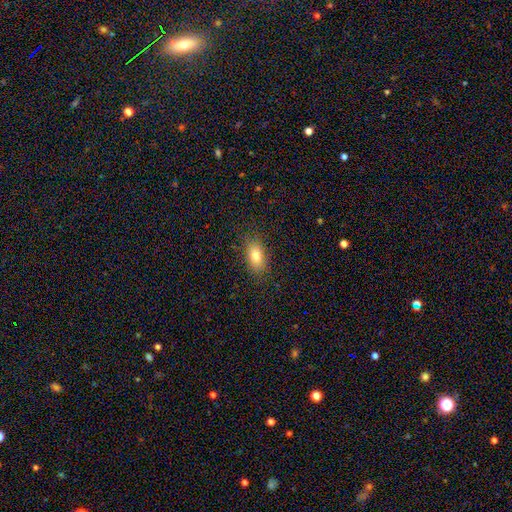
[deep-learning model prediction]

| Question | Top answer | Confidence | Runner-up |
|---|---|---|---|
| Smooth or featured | smooth | 80% | featured or disk (11%) |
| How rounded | in between | 87% | round (7%) |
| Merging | none | 84% | minor disturbance (11%) |